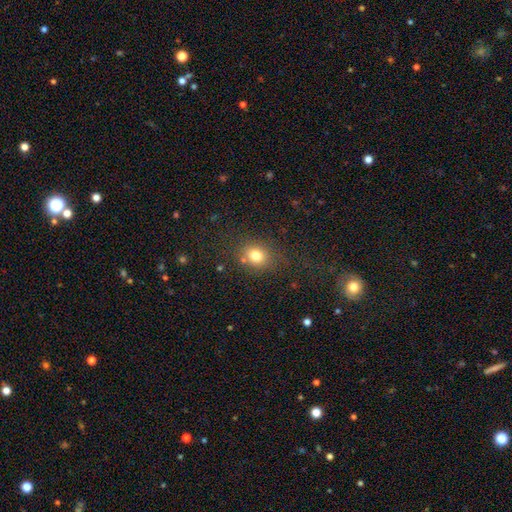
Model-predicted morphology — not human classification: Overall: smooth (78%). How rounded: round (65%; in between 34%). Merging: none (74%).